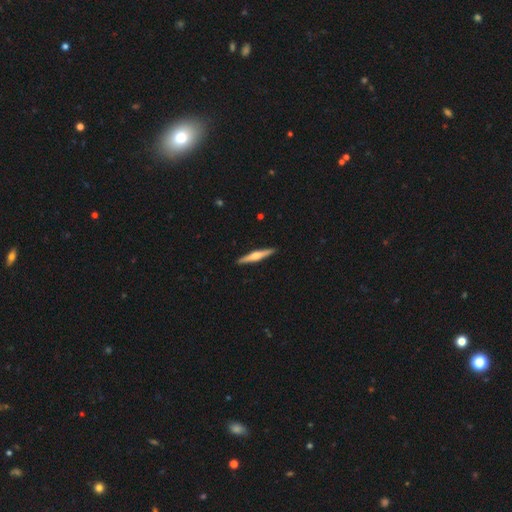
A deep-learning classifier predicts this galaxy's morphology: A featured or disk galaxy (59%) viewed edge-on (98%) with a rounded central bulge (82%). Merging: none (92%).